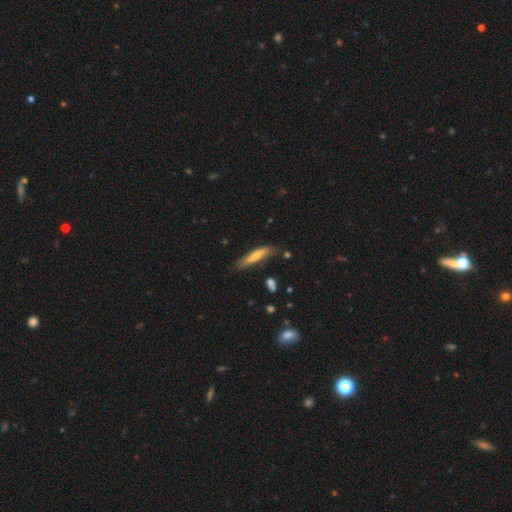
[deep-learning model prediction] Smooth or featured? smooth (68%)
How rounded? cigar-shaped (85%)
Merging? none (71%)